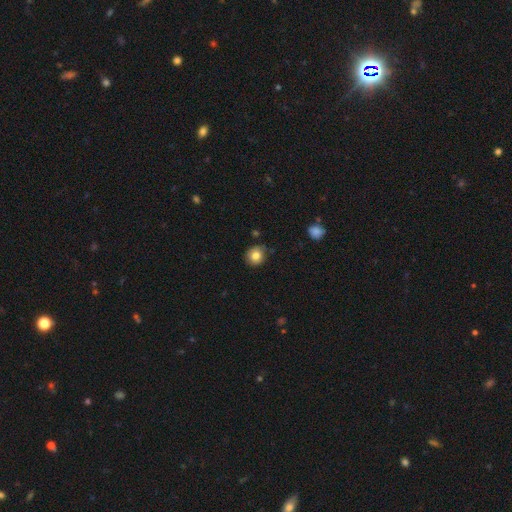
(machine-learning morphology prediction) smooth_or_featured: smooth (p=0.81) [alt: star or artifact p=0.10]
how_rounded: round (p=0.83) [alt: in between p=0.16]
merging: none (p=0.82) [alt: minor disturbance p=0.14]